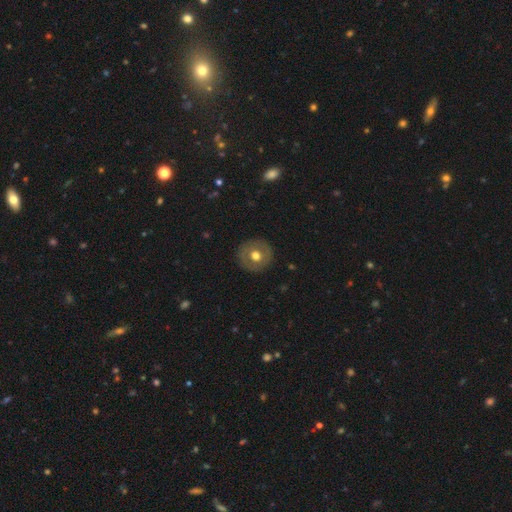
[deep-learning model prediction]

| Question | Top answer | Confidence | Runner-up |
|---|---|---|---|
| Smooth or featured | smooth | 55% | featured or disk (38%) |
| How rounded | round | 92% | in between (7%) |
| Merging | none | 88% | minor disturbance (8%) |